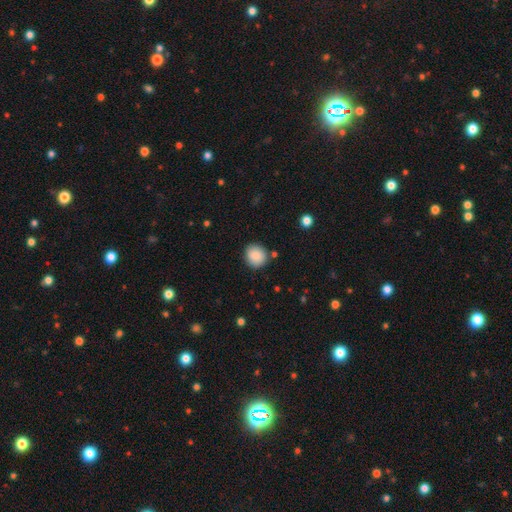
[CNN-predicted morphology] This appears to be a smooth galaxy with no disk features (88%) that is round (85%). Merging: none (85%).